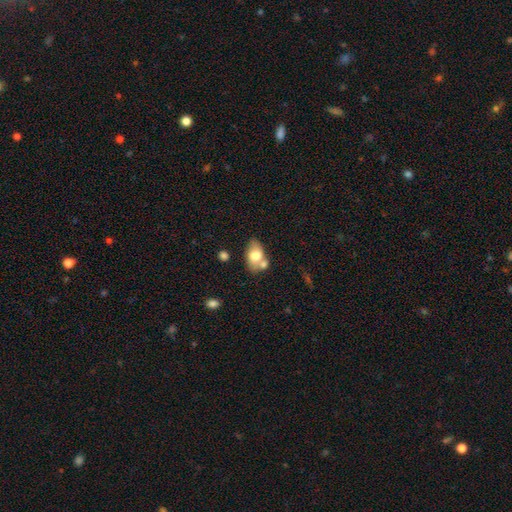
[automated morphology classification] The model was most divided on "merging": none: 49%, merger: 30%, minor disturbance: 16%, major disturbance: 5%. More confident: how rounded — in between (87%); smooth or featured — smooth (70%).